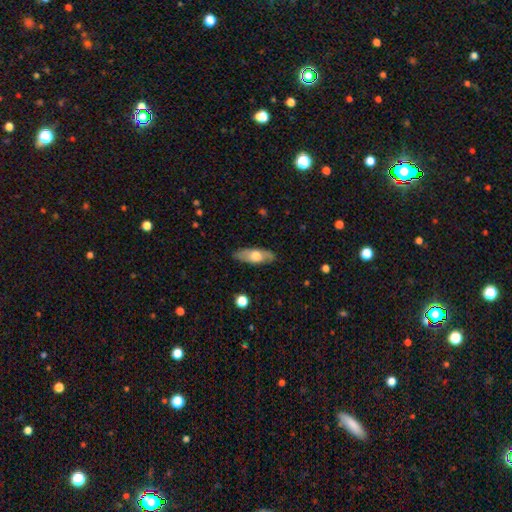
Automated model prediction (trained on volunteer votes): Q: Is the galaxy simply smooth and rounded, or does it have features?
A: smooth — 57%.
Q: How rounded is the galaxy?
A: in between — 68%.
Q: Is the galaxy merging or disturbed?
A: none — 79%.